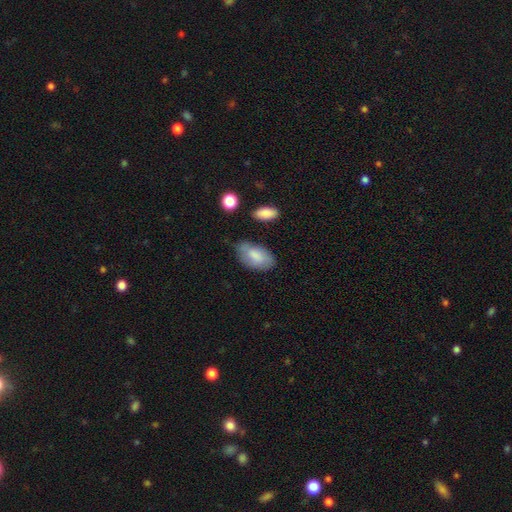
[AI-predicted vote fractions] Overall: smooth (80%). How rounded: in between (94%). Merging: none (62%; minor disturbance 27%).